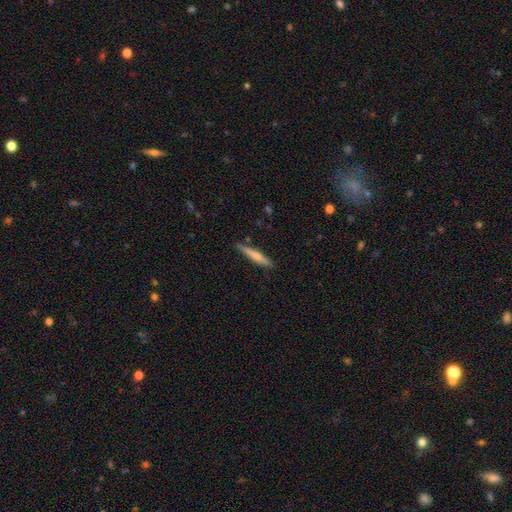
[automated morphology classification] Smooth or featured?
  - smooth: 61% *
  - featured or disk: 33%
  - star or artifact: 6%
How rounded?
  - cigar-shaped: 94% *
  - in between: 5%
  - round: 1%
Merging?
  - none: 85% *
  - minor disturbance: 11%
  - major disturbance: 2%
  - merger: 2%